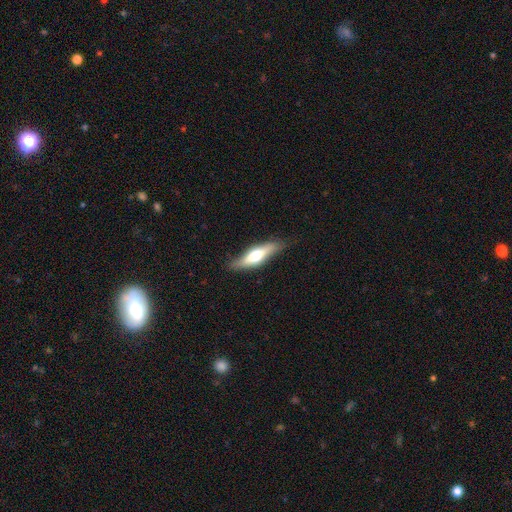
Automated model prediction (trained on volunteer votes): Smooth or featured? Predicted: featured or disk (p=0.53). Edge-on disk? Predicted: yes (p=0.89). Merging? Predicted: none (p=0.81).